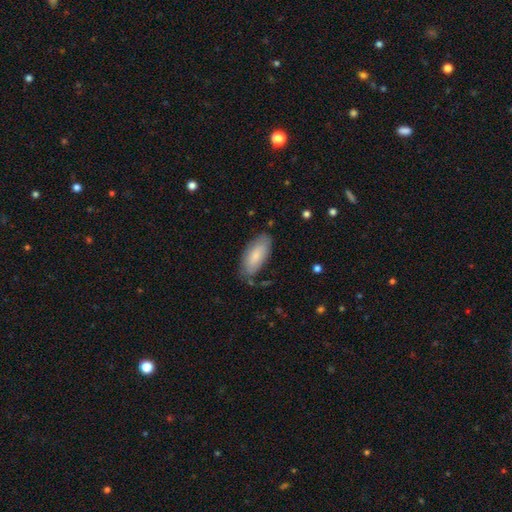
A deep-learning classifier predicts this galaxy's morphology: Q: Smooth or featured?
A: smooth (80%); runner-up: featured or disk (15%)
Q: How rounded?
A: in between (87%); runner-up: cigar-shaped (11%)
Q: Merging?
A: none (74%); runner-up: minor disturbance (19%)